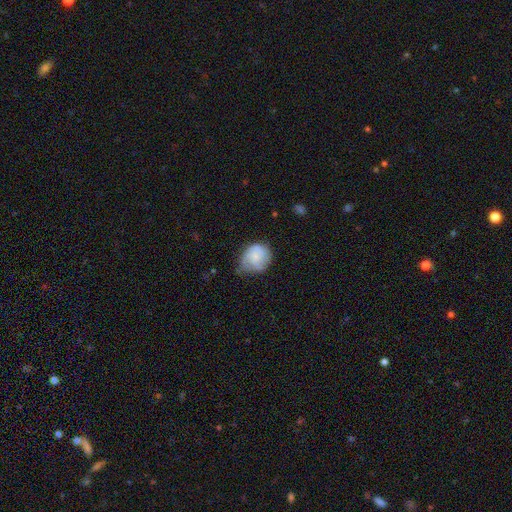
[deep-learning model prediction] Smooth or featured: smooth — 56% (featured or disk — 37%)
How rounded: round — 70% (in between — 29%)
Merging: none — 41% (minor disturbance — 40%)